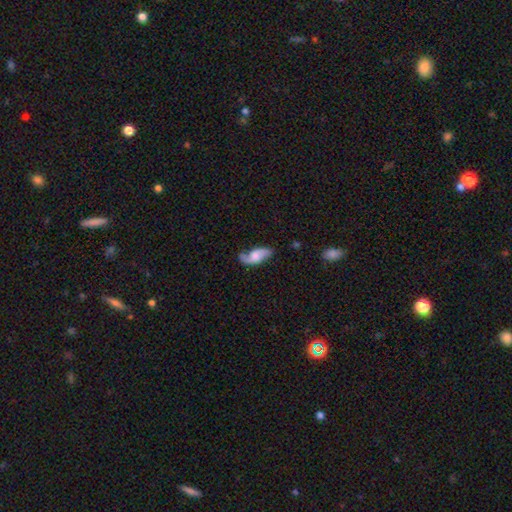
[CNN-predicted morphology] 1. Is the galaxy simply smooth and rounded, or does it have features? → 66% featured or disk, 27% smooth, 7% star or artifact.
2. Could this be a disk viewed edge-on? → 93% no, 7% yes.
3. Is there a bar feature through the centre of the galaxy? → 57% no, 35% weak, 8% strong.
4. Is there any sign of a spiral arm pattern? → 93% yes, 7% no.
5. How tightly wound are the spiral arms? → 59% loose, 31% medium, 11% tight.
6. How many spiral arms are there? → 87% 2, 6% 1, 4% can't tell, 1% 3, 1% 4, 1% more than 4.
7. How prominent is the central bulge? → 34% moderate, 22% small, 21% large, 20% none, 3% dominant.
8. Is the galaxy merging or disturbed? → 66% none, 22% minor disturbance, 9% major disturbance, 3% merger.